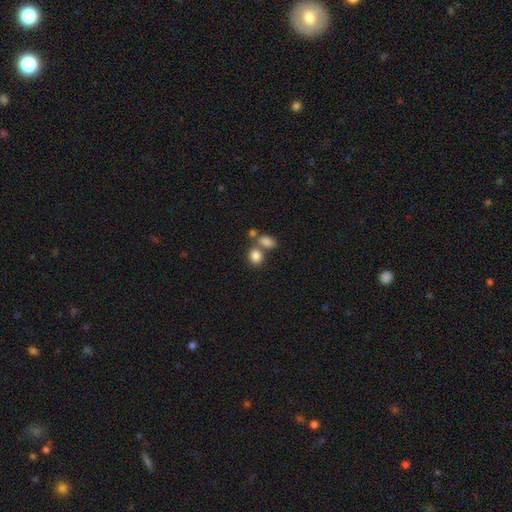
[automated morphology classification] This is clearly a smooth galaxy (84%). How rounded: possibly in between (51%). Merging: possibly none (52%).